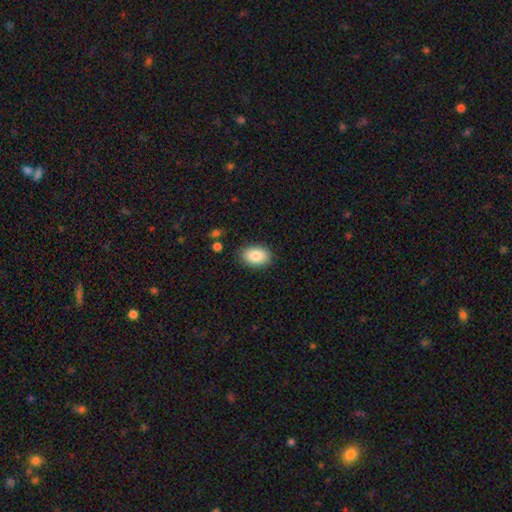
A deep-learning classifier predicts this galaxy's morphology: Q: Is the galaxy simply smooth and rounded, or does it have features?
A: smooth — 86%.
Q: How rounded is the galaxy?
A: in between — 84%.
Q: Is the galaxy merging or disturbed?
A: none — 86%.